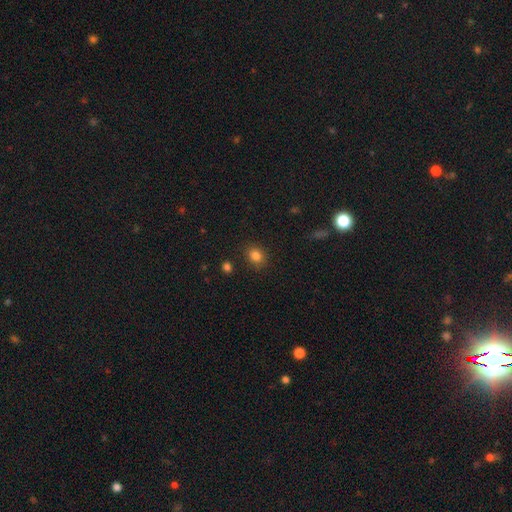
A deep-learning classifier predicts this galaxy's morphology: smooth 83%, star or artifact 12%, featured or disk 6%. Down the decision tree: how rounded — round (58%); merging — none (85%).